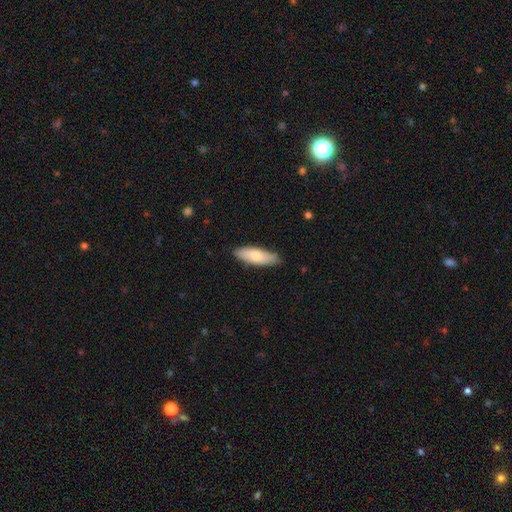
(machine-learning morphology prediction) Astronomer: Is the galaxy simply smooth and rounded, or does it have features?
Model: smooth — 78%.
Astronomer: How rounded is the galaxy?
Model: in between — 56% (runner-up: cigar-shaped, 42%).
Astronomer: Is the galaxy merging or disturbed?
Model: none — 86%.